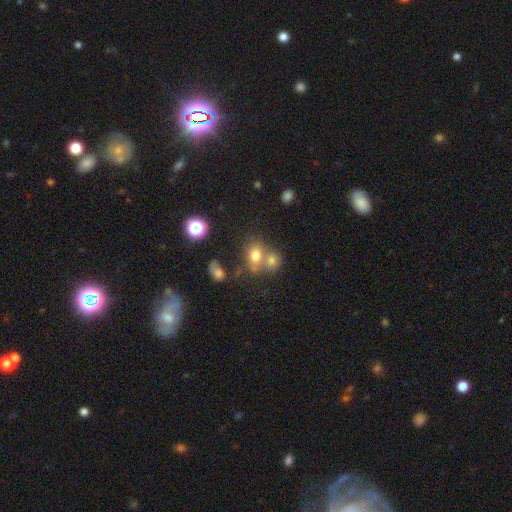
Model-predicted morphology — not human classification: Smooth or featured? Predicted: smooth (p=0.71). How rounded? Predicted: round (p=0.52). Merging? Predicted: merger (p=0.48).